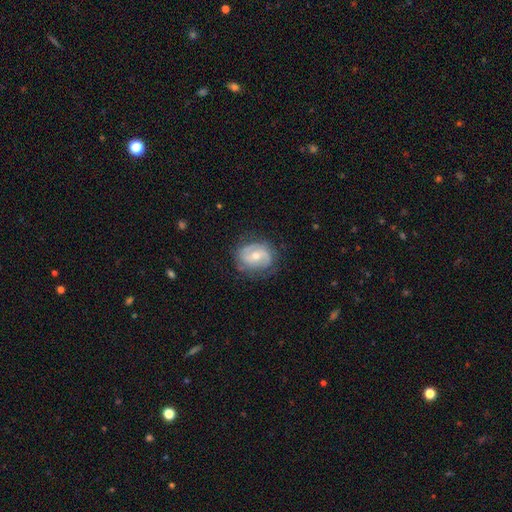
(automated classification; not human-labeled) Smooth or featured: featured or disk — 72% (smooth — 21%)
Edge-on disk: no — 97% (yes — 3%)
Bar: no — 44% (weak — 42%)
Spiral arms: yes — 87% (no — 13%)
Spiral winding: medium — 43% (tight — 34%)
Spiral arm count: 2 — 66% (can't tell — 18%)
Bulge size: moderate — 60% (small — 35%)
Merging: none — 70% (minor disturbance — 20%)